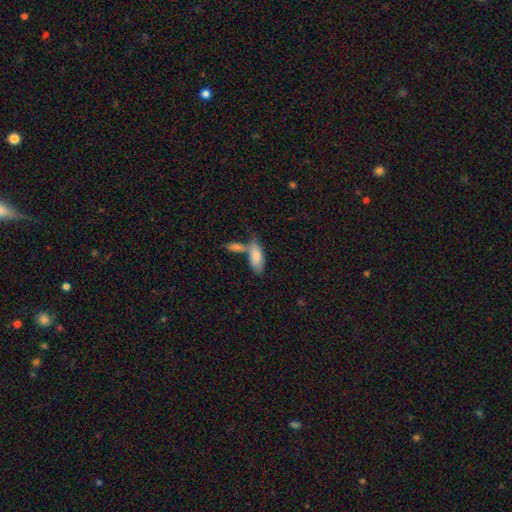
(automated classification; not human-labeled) Morphology: type=smooth (79%); roundness=in between (81%); merging=merger (44%).